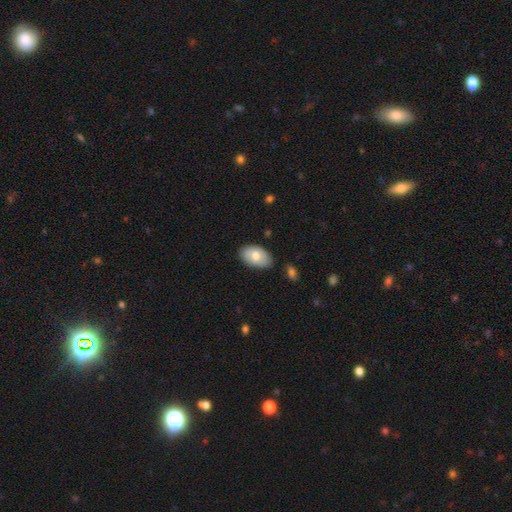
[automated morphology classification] Smooth or featured? Predicted: smooth (p=0.64). How rounded? Predicted: in between (p=0.92). Merging? Predicted: none (p=0.79).